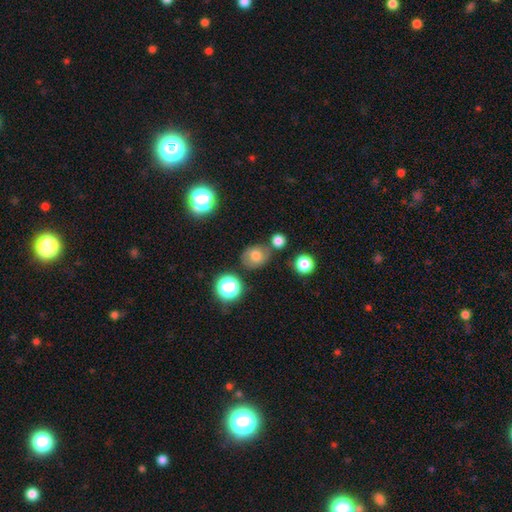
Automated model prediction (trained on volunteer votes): This is likely a smooth galaxy (72%). How rounded: likely round (63%). Merging: likely none (67%).